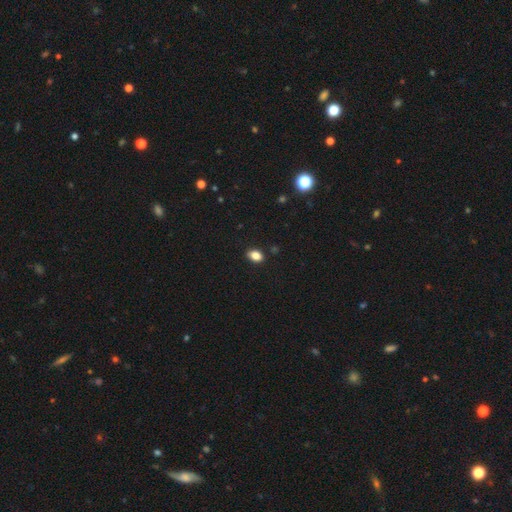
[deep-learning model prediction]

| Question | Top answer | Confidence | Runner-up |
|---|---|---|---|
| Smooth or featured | smooth | 85% | star or artifact (10%) |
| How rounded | in between | 82% | round (16%) |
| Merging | none | 87% | minor disturbance (10%) |